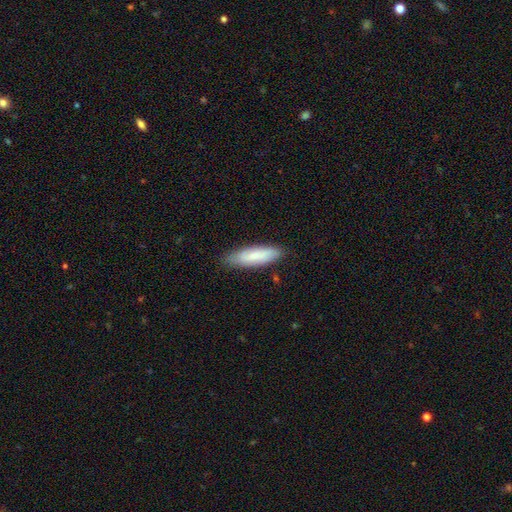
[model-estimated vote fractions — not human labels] Smooth or featured? smooth (78%)
How rounded? cigar-shaped (53%)
Merging? none (81%)